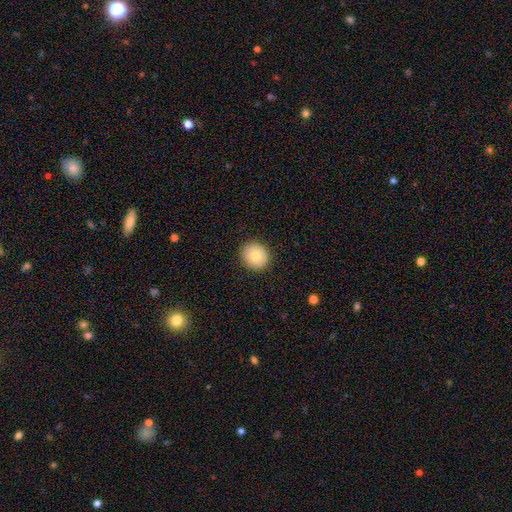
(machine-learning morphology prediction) Smooth or featured: smooth — 81% (featured or disk — 11%)
How rounded: round — 87% (in between — 12%)
Merging: none — 91% (minor disturbance — 6%)